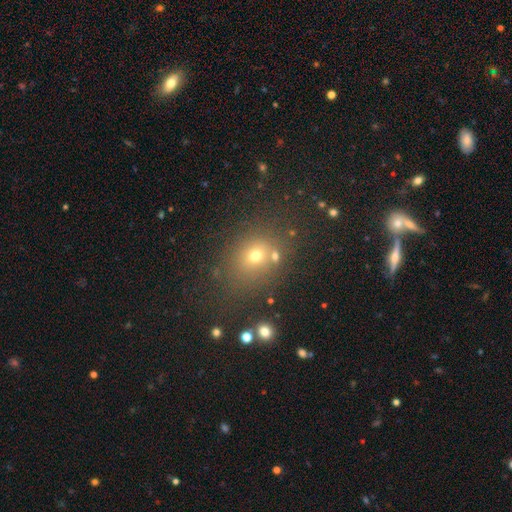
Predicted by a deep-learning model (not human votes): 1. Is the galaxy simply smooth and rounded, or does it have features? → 64% smooth, 25% star or artifact, 12% featured or disk.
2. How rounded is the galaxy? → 58% round, 41% in between, 1% cigar-shaped.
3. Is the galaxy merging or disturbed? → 74% none, 12% minor disturbance, 9% merger, 6% major disturbance.